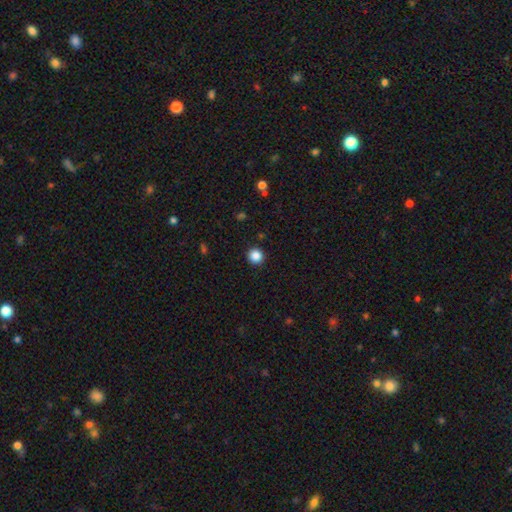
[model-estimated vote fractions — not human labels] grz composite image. It shows a smooth galaxy with no disk features (87%) that is round (94%). Merging: none (93%).